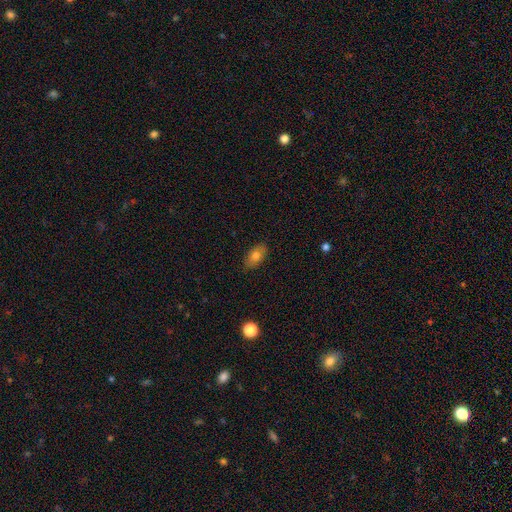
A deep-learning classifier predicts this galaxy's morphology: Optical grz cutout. It shows a smooth galaxy with no disk features (77%) that is in between round and cigar-shaped (90%). Merging: none (86%).